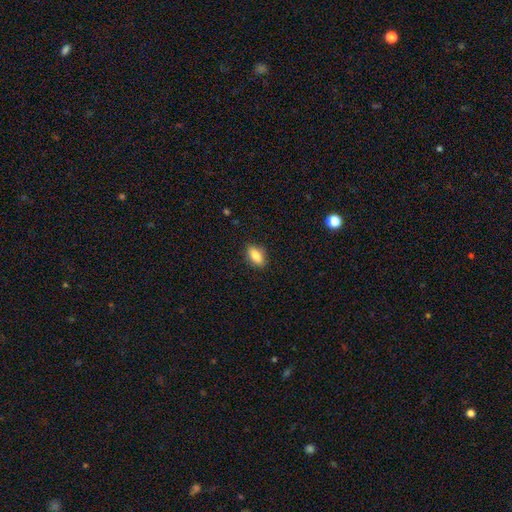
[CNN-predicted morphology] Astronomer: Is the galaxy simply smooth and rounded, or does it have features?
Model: smooth — 81%.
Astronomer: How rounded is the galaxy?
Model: in between — 83%.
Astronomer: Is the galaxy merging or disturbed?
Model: none — 87%.